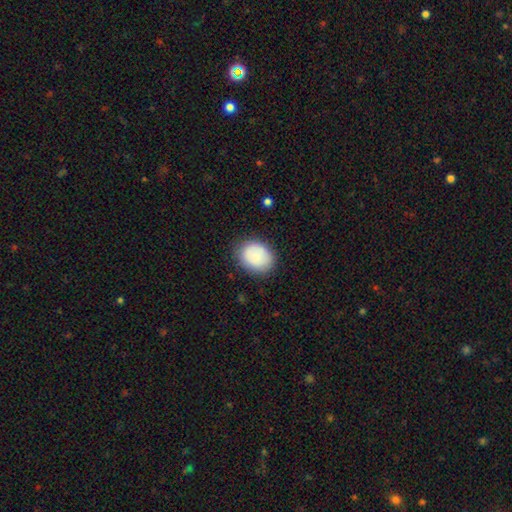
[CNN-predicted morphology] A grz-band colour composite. It shows a smooth galaxy with no disk features (83%) that is round (52%). Merging: none (83%).